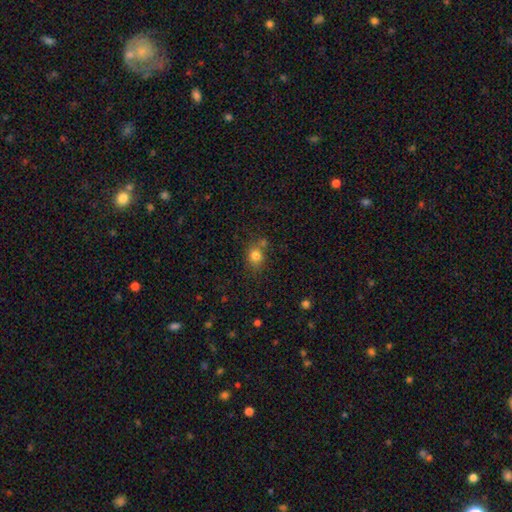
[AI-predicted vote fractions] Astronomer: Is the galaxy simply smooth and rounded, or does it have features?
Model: smooth — 80%.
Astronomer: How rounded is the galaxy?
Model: round — 72%.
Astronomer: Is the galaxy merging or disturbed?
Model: none — 62%.